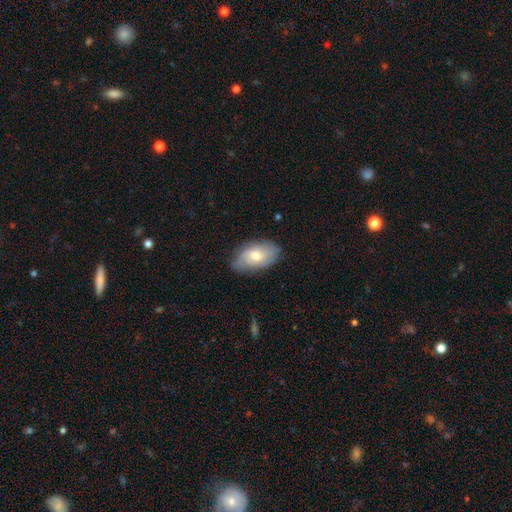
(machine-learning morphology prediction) This is possibly a smooth galaxy (53%). How rounded: clearly in between (92%). Merging: likely none (72%).